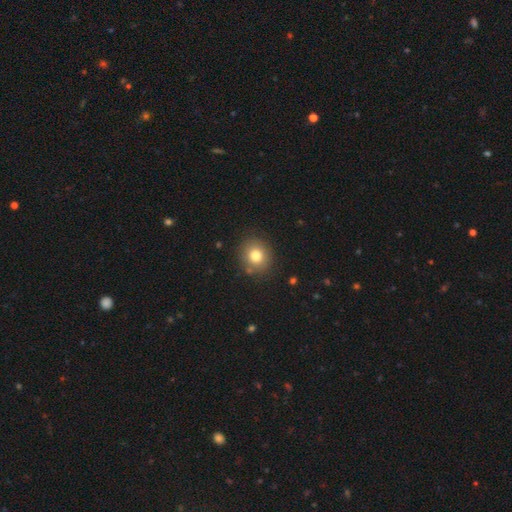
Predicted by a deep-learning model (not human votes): This appears to be a smooth galaxy with no disk features (79%) that is round (84%). Merging: none (86%).